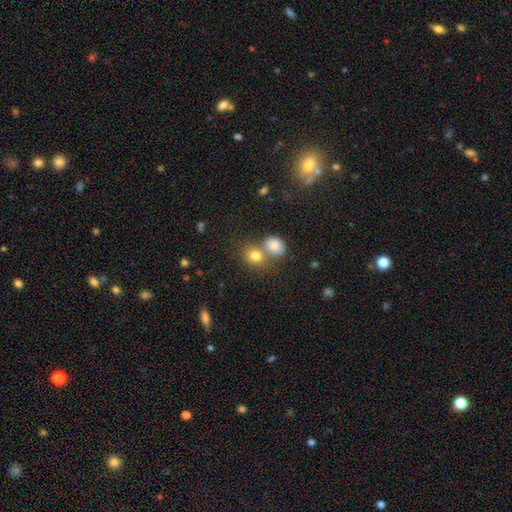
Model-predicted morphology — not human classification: This is likely a smooth galaxy (79%). How rounded: likely round (68%). Merging: possibly merger (47%).